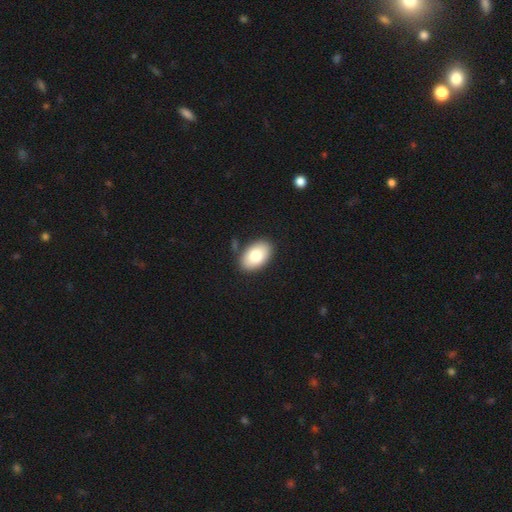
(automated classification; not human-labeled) A smooth galaxy with no disk features (80%) that is in between round and cigar-shaped (92%). Merging: none (84%).